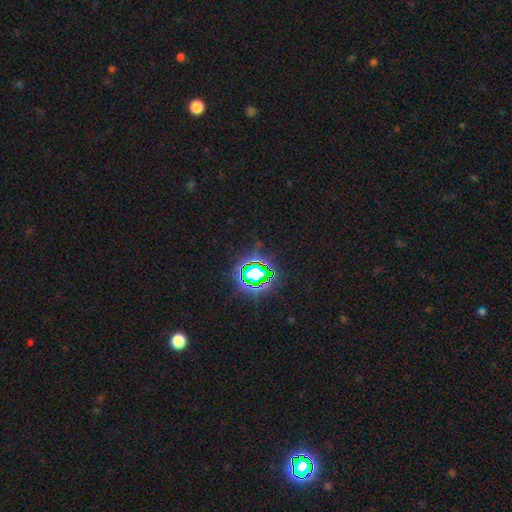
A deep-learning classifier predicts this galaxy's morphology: smooth-or-featured: star or artifact: 81% | smooth: 13% | featured or disk: 6%